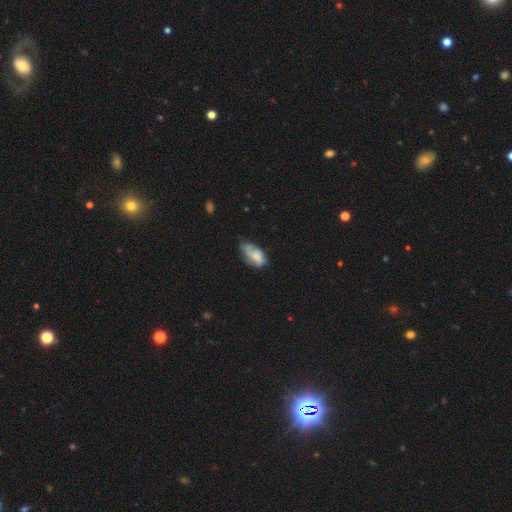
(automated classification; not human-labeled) This is likely a smooth galaxy (60%). How rounded: clearly in between (89%). Merging: marginally none (41%).